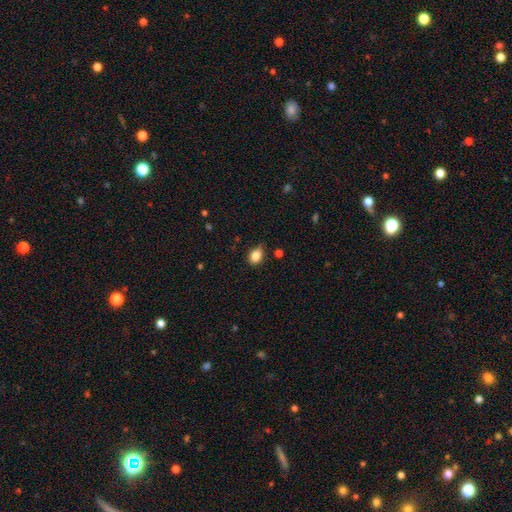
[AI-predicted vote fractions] Smooth or featured? smooth (85%)
How rounded? in between (77%)
Merging? none (67%)